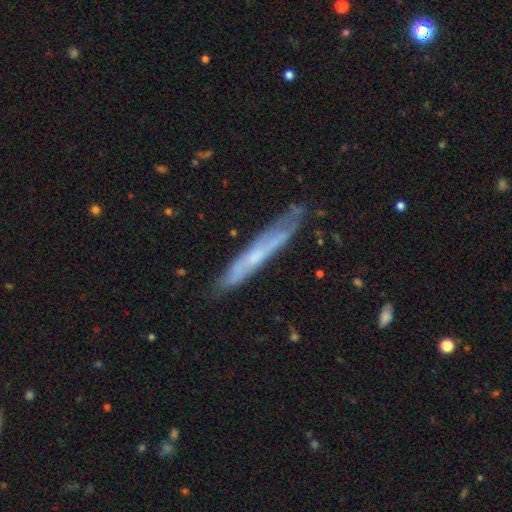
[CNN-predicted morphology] A featured or disk galaxy (61%) viewed edge-on (77%). Merging: none (75%).